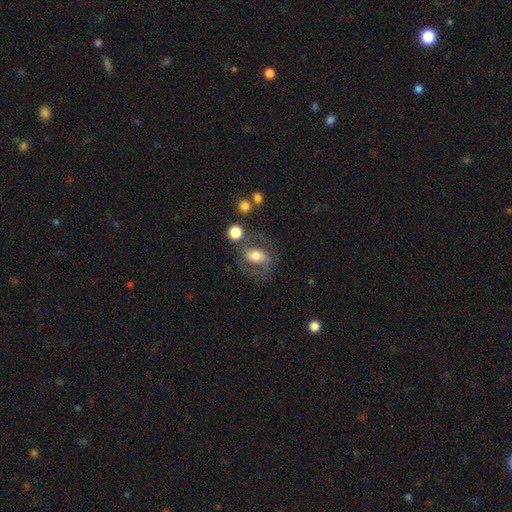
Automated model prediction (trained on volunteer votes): This is possibly a featured or disk galaxy (51%). It is clearly not viewed edge-on (93%). Merging: possibly none (54%).